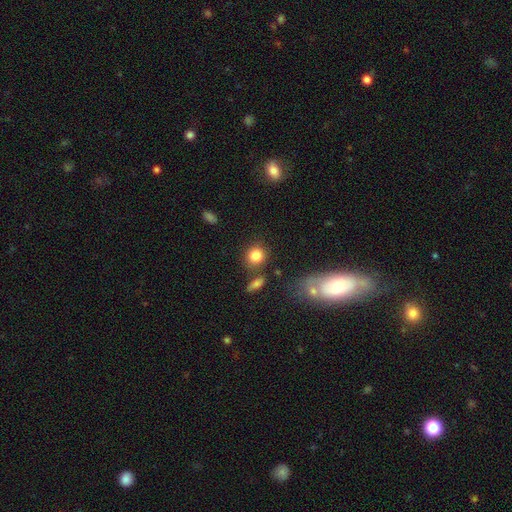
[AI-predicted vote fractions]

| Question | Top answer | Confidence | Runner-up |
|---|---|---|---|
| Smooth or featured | smooth | 83% | star or artifact (10%) |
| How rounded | round | 81% | in between (18%) |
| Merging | none | 76% | minor disturbance (11%) |